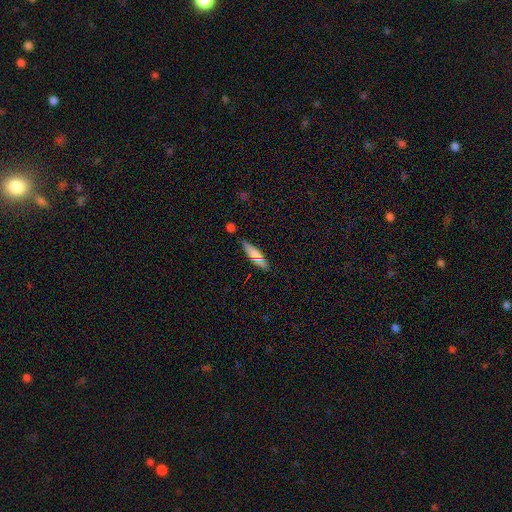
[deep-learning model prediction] This appears to be a smooth galaxy with no disk features (71%) that is cigar-shaped (69%). Merging: none (78%).